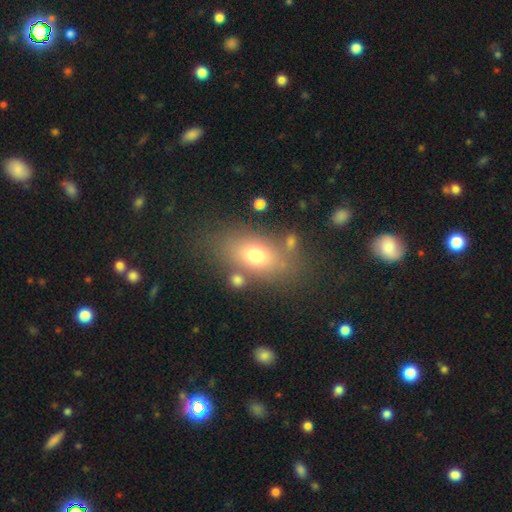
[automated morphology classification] A smooth galaxy with no disk features (71%) that is in between round and cigar-shaped (83%).

Vote fractions:
- Smooth or featured? smooth: 71% / featured or disk: 18% / star or artifact: 11%
- How rounded? in between: 83% / round: 11% / cigar-shaped: 6%
- Merging? none: 73% / minor disturbance: 13% / merger: 7% / major disturbance: 6%